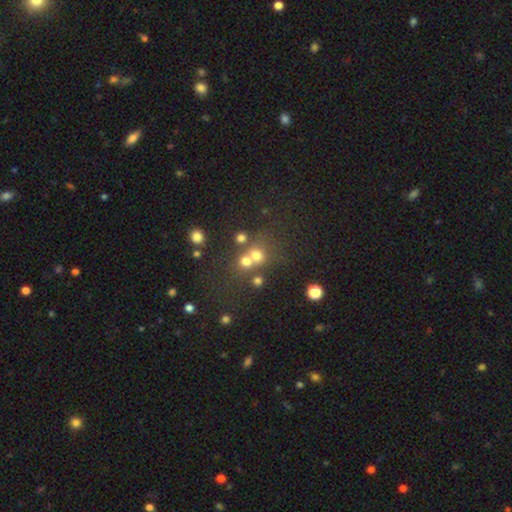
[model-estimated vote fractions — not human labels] Overall: smooth (62%; star or artifact 23%). How rounded: round (82%). Merging: none (44%; merger 42%).